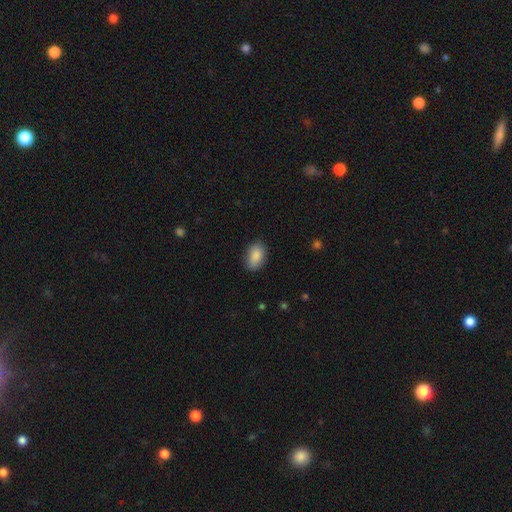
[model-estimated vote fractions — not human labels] Smooth or featured: smooth — 88% (star or artifact — 7%)
How rounded: in between — 90% (round — 8%)
Merging: none — 82% (minor disturbance — 14%)